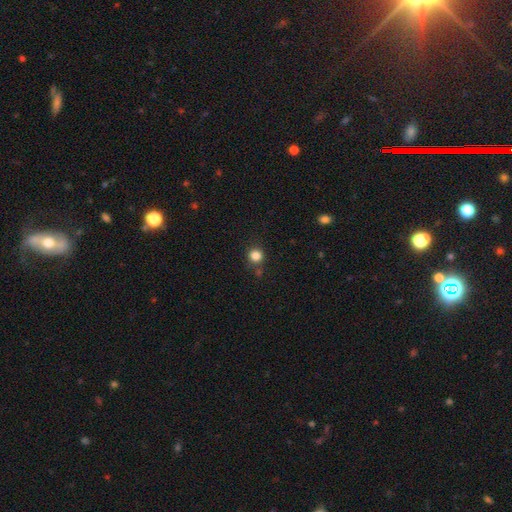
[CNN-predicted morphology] Smooth or featured: smooth — 83% (star or artifact — 12%)
How rounded: round — 92% (in between — 7%)
Merging: none — 82% (minor disturbance — 10%)